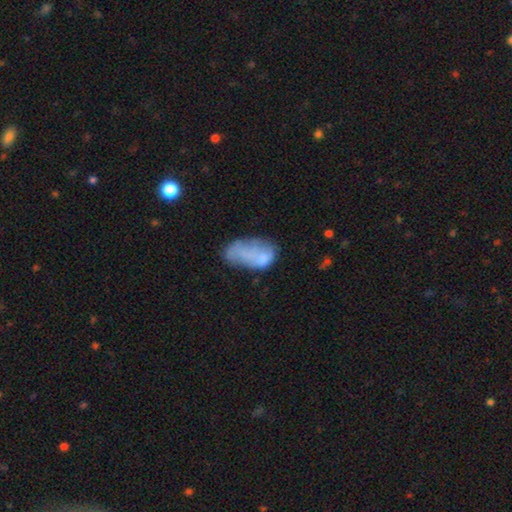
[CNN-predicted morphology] Overall: smooth (60%; featured or disk 30%). How rounded: in between (91%). Merging: none (36%; minor disturbance 31%).